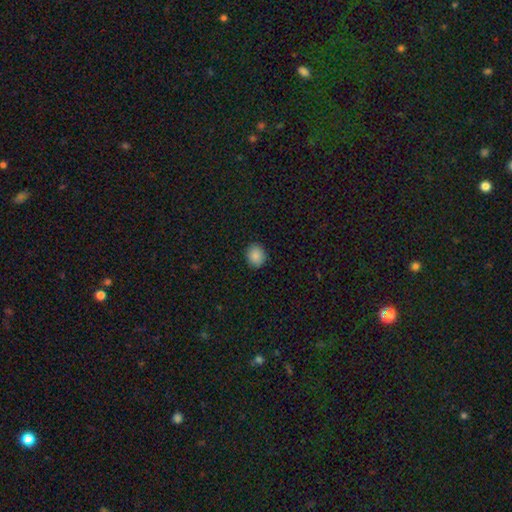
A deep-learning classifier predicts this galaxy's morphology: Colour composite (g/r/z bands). It shows a smooth galaxy with no disk features (87%) that is round (71%). Merging: none (90%).